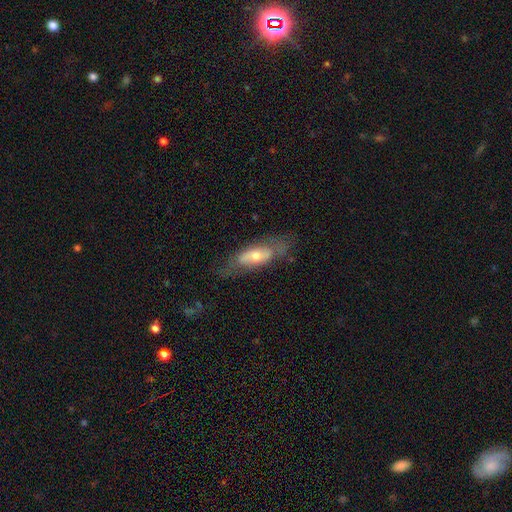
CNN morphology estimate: Smooth or featured: featured or disk — 51% (smooth — 42%)
Edge-on disk: no — 75% (yes — 25%)
Merging: none — 65% (minor disturbance — 21%)